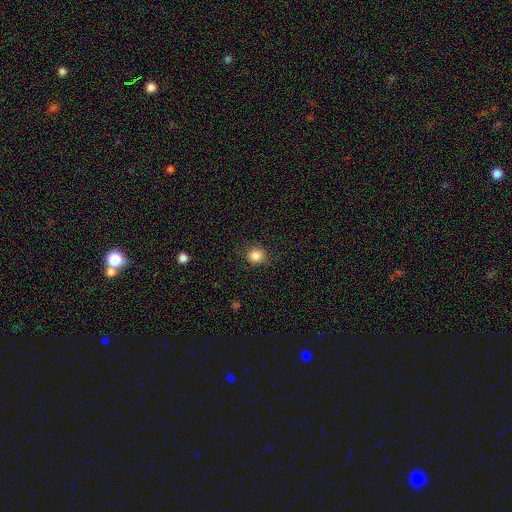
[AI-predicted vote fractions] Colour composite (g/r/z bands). It shows a smooth galaxy with no disk features (84%) that is round (84%). Merging: none (82%).